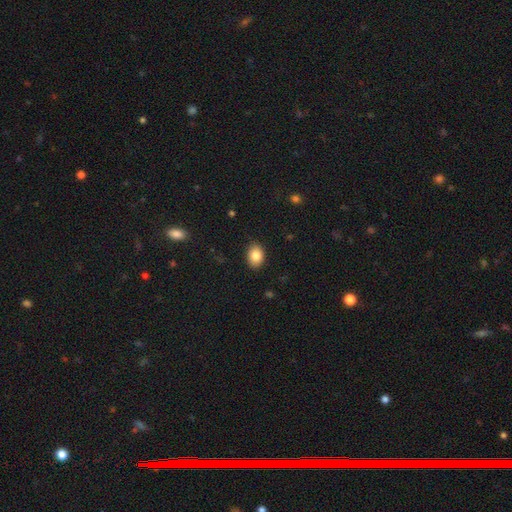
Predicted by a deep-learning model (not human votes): Smooth or featured? smooth (84%)
How rounded? in between (72%)
Merging? none (87%)